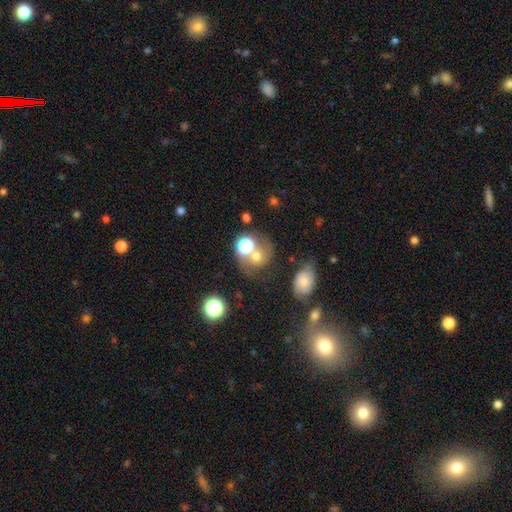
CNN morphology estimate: smooth_or_featured: smooth (p=0.53) [alt: featured or disk p=0.28]
how_rounded: round (p=0.73) [alt: in between p=0.26]
merging: merger (p=0.39) [alt: none p=0.36]